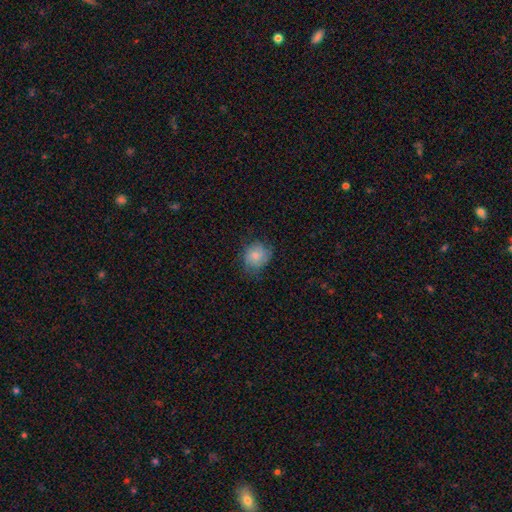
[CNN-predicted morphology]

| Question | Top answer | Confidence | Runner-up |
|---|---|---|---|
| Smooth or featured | smooth | 70% | featured or disk (22%) |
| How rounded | round | 71% | in between (28%) |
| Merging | none | 66% | minor disturbance (24%) |